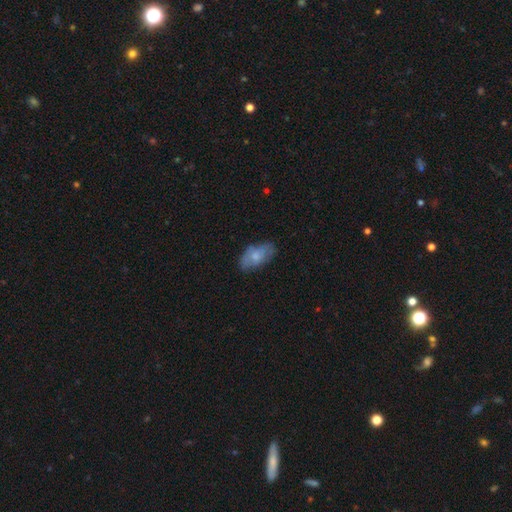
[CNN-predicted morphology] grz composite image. It shows a smooth galaxy with no disk features (66%) that is in between round and cigar-shaped (93%). Merging: none (68%).